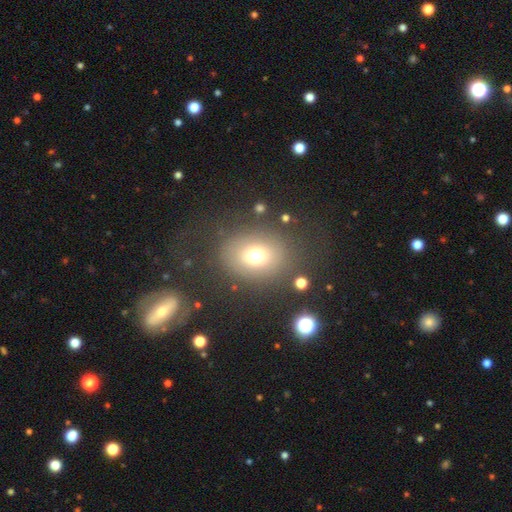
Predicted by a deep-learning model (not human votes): A smooth galaxy with no disk features (70%) that is round (61%).

Vote fractions:
- Smooth or featured? smooth: 70% / star or artifact: 17% / featured or disk: 13%
- How rounded? round: 61% / in between: 38% / cigar-shaped: 1%
- Merging? none: 78% / minor disturbance: 11% / major disturbance: 7% / merger: 3%